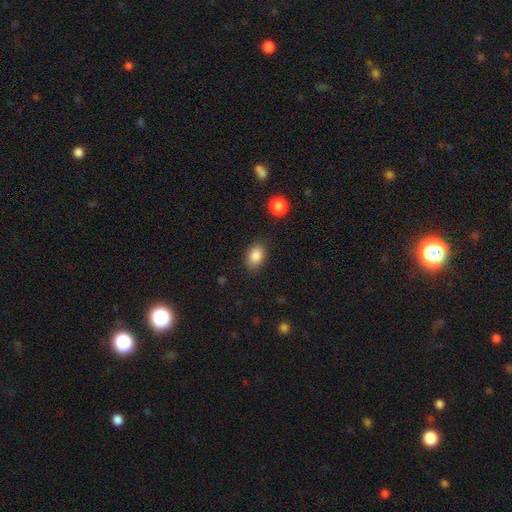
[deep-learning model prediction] Smooth or featured?
  - smooth: 86% *
  - star or artifact: 9%
  - featured or disk: 5%
How rounded?
  - in between: 78% *
  - round: 21%
  - cigar-shaped: 1%
Merging?
  - none: 84% *
  - minor disturbance: 11%
  - major disturbance: 3%
  - merger: 2%